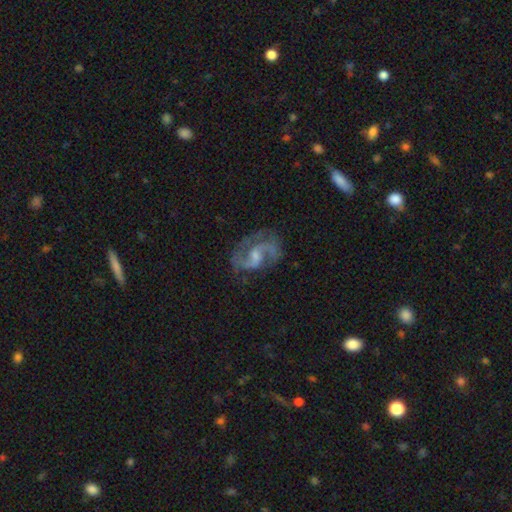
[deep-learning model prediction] Smooth or featured: featured or disk — 87% (smooth — 7%)
Edge-on disk: no — 98% (yes — 2%)
Bar: weak — 53% (no — 33%)
Spiral arms: yes — 96% (no — 4%)
Spiral winding: medium — 54% (loose — 33%)
Spiral arm count: 2 — 89% (can't tell — 4%)
Bulge size: small — 43% (moderate — 36%)
Merging: none — 66% (minor disturbance — 19%)